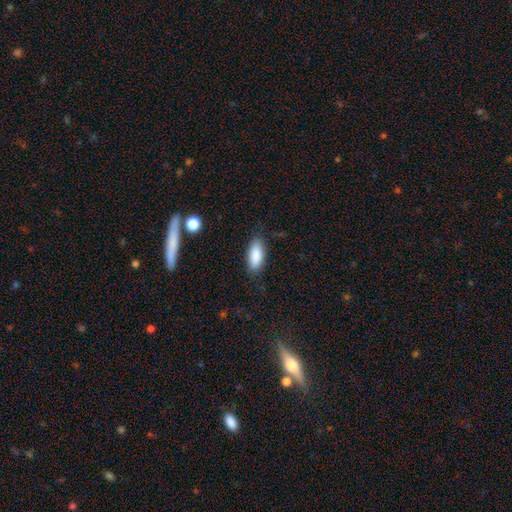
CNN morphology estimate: A smooth galaxy with no disk features (88%) that is in between round and cigar-shaped (85%). Merging: none (83%).